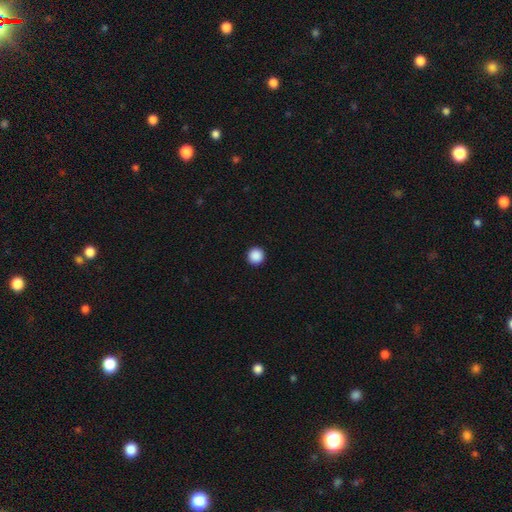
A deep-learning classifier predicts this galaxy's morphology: A smooth galaxy with no disk features (89%) that is round (96%).

Vote fractions:
- Smooth or featured? smooth: 89% / star or artifact: 9% / featured or disk: 2%
- How rounded? round: 96% / in between: 3% / cigar-shaped: 1%
- Merging? none: 94% / minor disturbance: 4% / major disturbance: 1% / merger: 1%